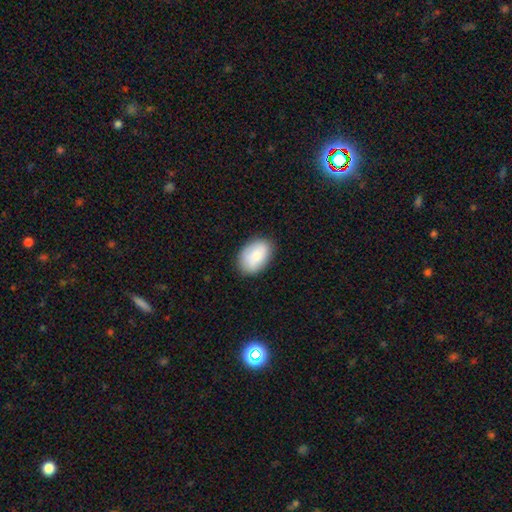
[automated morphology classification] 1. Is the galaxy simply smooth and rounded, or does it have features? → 79% smooth, 14% featured or disk, 7% star or artifact.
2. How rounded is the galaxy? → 86% in between, 13% round, 1% cigar-shaped.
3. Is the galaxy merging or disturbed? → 82% none, 14% minor disturbance, 3% major disturbance, 1% merger.